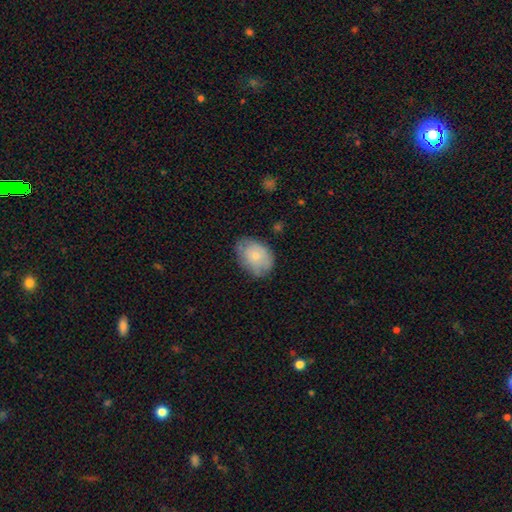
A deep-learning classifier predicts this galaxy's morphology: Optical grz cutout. It shows a smooth galaxy with no disk features (67%) that is in between round and cigar-shaped (71%). Merging: none (66%).